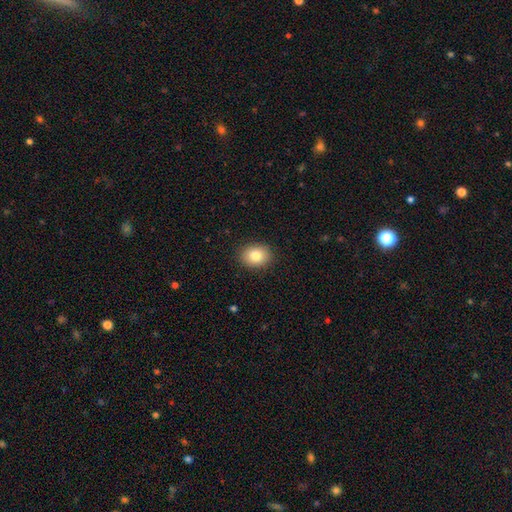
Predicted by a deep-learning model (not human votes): Smooth or featured?
  - smooth: 82% *
  - star or artifact: 9%
  - featured or disk: 9%
How rounded?
  - round: 50% * (tied)
  - in between: 50% * (tied)
  - cigar-shaped: 1%
Merging?
  - none: 90% *
  - minor disturbance: 8%
  - major disturbance: 2%
  - merger: 1%